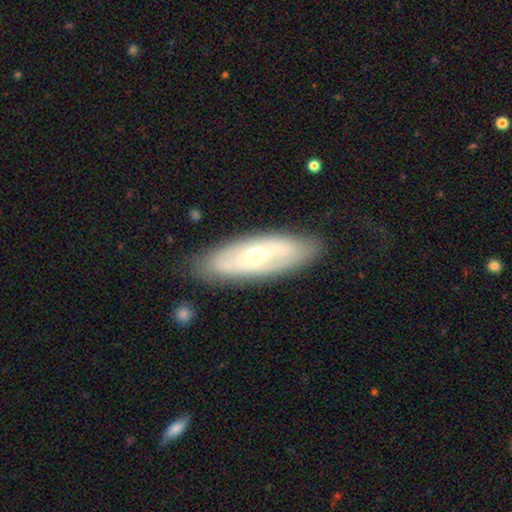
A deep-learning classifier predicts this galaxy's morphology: This is likely a featured or disk galaxy (65%). It is likely not viewed edge-on (79%). Bar: possibly no (59%). Spiral arm pattern: likely no (60%). Central bulge: likely moderate (70%). Merging: clearly none (83%).